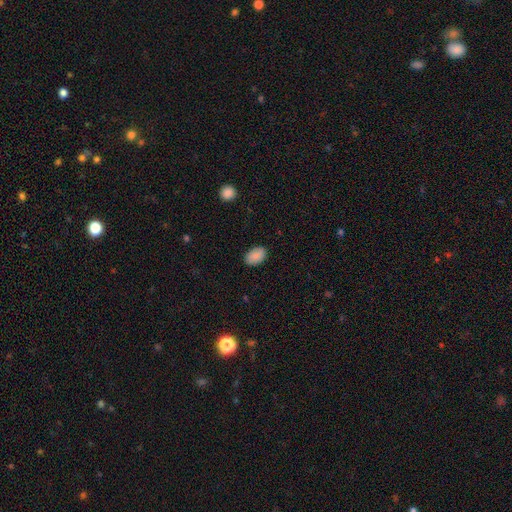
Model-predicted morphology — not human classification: Overall: smooth (89%). How rounded: in between (88%). Merging: none (87%).